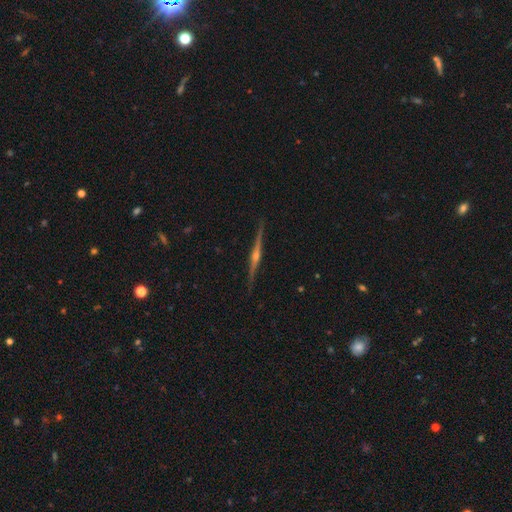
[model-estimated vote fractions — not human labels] Morphology: type=featured or disk (85%); edge-on=yes (98%); edge-on bulge=rounded (90%); merging=none (90%).